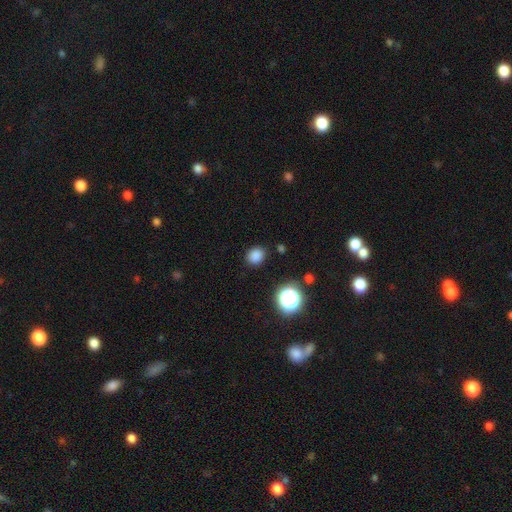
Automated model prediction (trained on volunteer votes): Smooth or featured: smooth — 82% (star or artifact — 14%)
How rounded: round — 69% (in between — 30%)
Merging: none — 87% (minor disturbance — 9%)